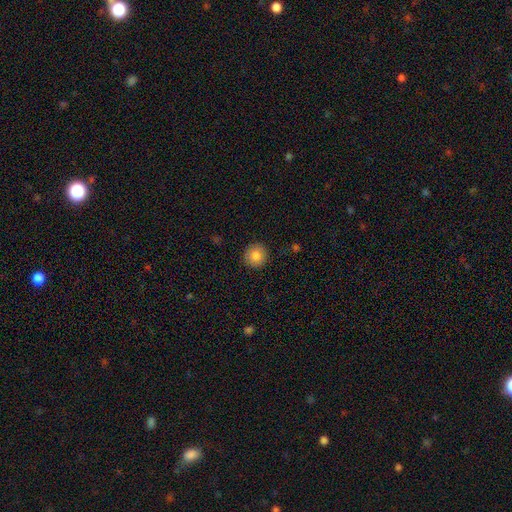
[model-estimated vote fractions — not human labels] The model was most divided on "smooth or featured": smooth: 83%, star or artifact: 9%, featured or disk: 8%. More confident: how rounded — round (93%); merging — none (91%).